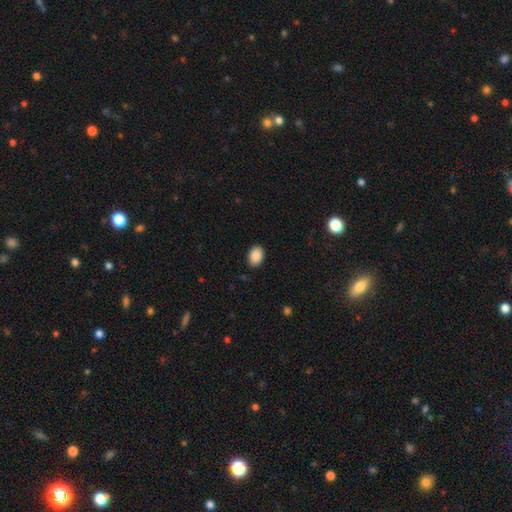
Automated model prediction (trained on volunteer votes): Morphology: type=smooth (89%); roundness=in between (80%); merging=none (88%).